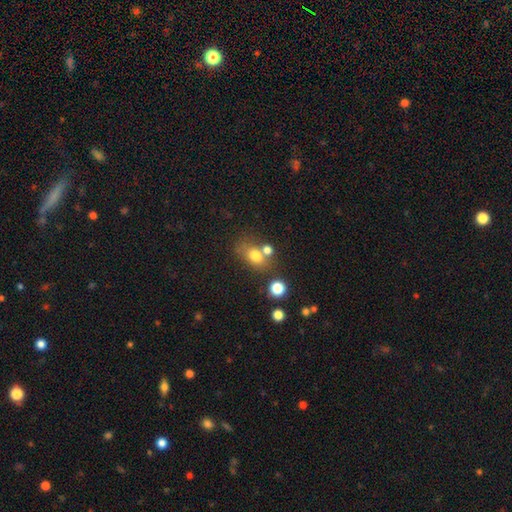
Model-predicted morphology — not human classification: The model was most divided on "how rounded": in between: 64%, round: 34%, cigar-shaped: 2%. More confident: smooth or featured — smooth (74%); merging — none (54%).